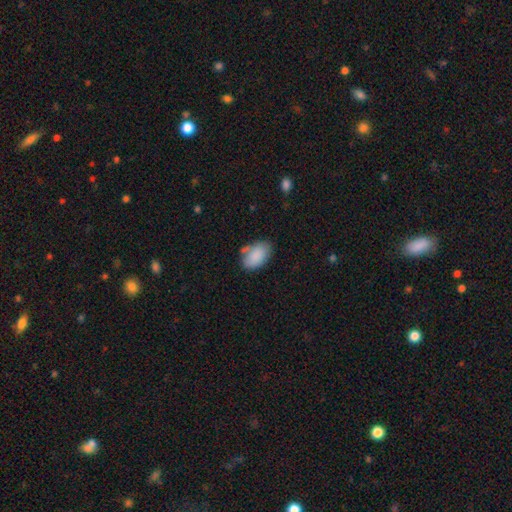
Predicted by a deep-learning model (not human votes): Q: Smooth or featured?
A: smooth (87%); runner-up: star or artifact (7%)
Q: How rounded?
A: in between (91%); runner-up: round (8%)
Q: Merging?
A: none (61%); runner-up: minor disturbance (24%)